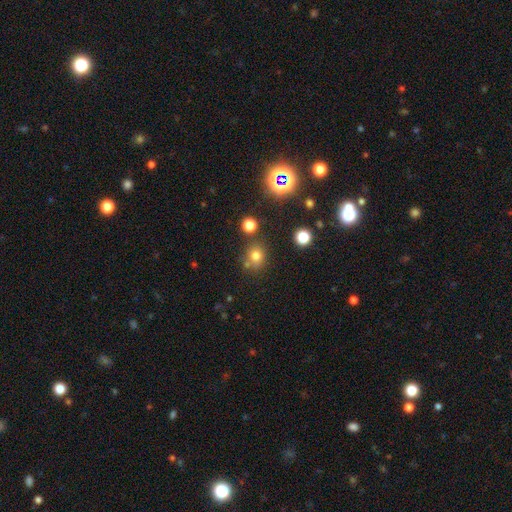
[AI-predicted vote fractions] A smooth galaxy with no disk features (72%) that is round (83%). Merging: none (72%).